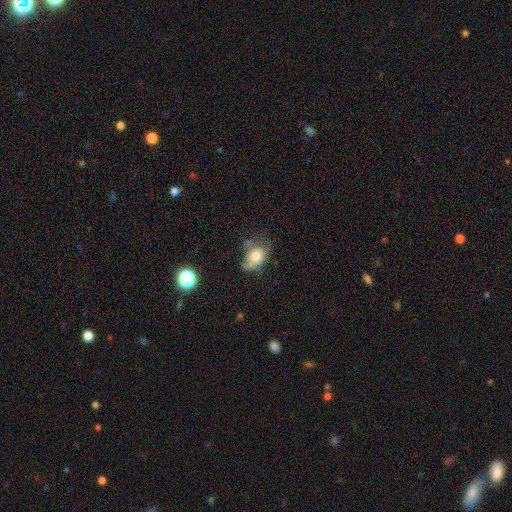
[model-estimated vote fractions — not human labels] The model was most divided on "merging": none: 36%, minor disturbance: 35%, major disturbance: 24%, merger: 6%. More confident: how rounded — in between (70%); smooth or featured — smooth (67%).